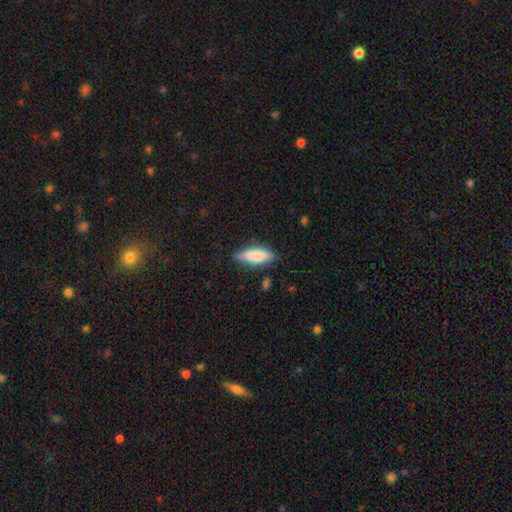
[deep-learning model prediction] smooth_or_featured: smooth (p=0.74) [alt: featured or disk p=0.19]
how_rounded: in between (p=0.54) [alt: cigar-shaped p=0.44]
merging: none (p=0.72) [alt: minor disturbance p=0.21]